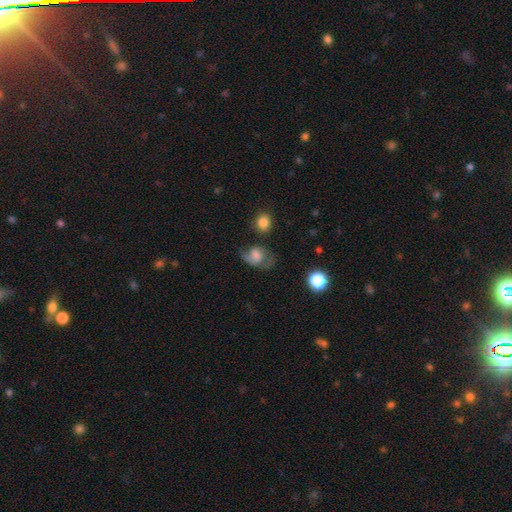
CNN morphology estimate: Smooth or featured: featured or disk — 49% (smooth — 41%)
Merging: none — 43% (major disturbance — 27%)